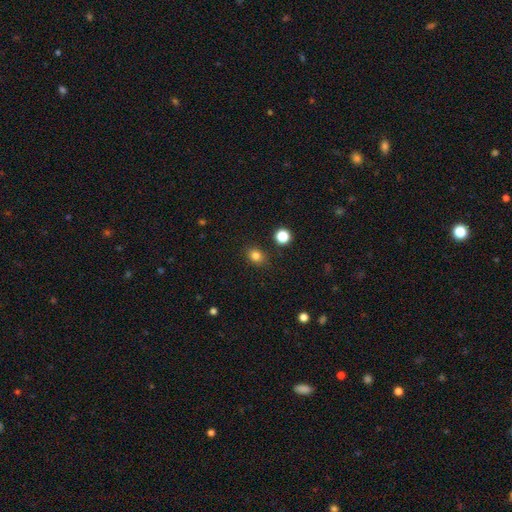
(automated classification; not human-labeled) This appears to be a smooth galaxy with no disk features (83%) that is round (54%). Merging: none (85%).